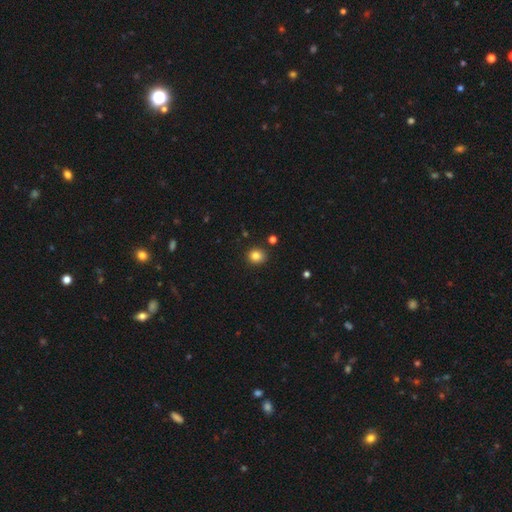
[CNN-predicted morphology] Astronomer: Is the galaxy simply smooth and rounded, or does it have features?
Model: smooth — 83%.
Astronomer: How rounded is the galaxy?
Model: round — 84%.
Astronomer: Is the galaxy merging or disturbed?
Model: none — 90%.